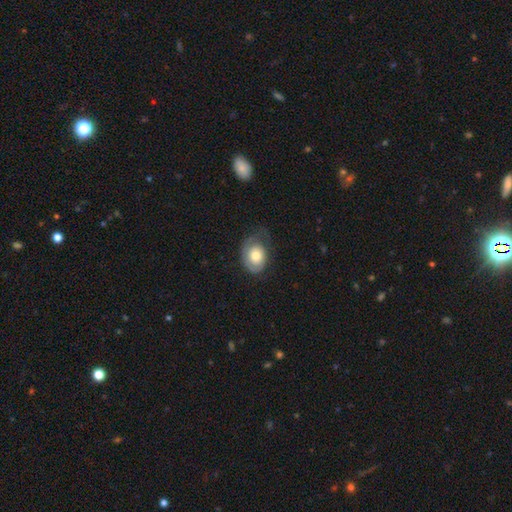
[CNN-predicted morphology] smooth-or-featured: smooth: 49% | featured or disk: 45% | star or artifact: 6%
  merging: none: 47% | minor disturbance: 29% | major disturbance: 22% | merger: 1%